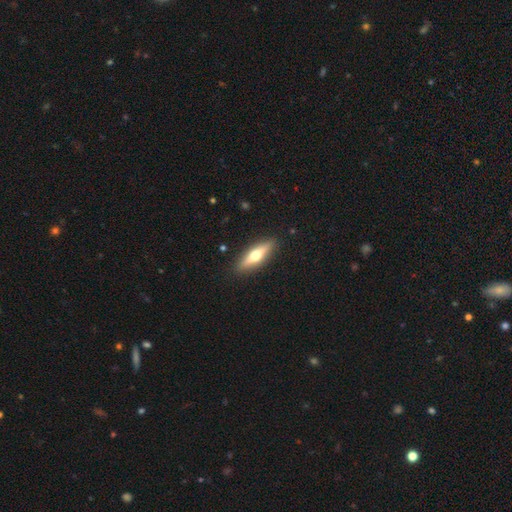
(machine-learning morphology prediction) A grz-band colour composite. It shows a featured or disk galaxy (50%) viewed edge-on (89%). Merging: none (89%).